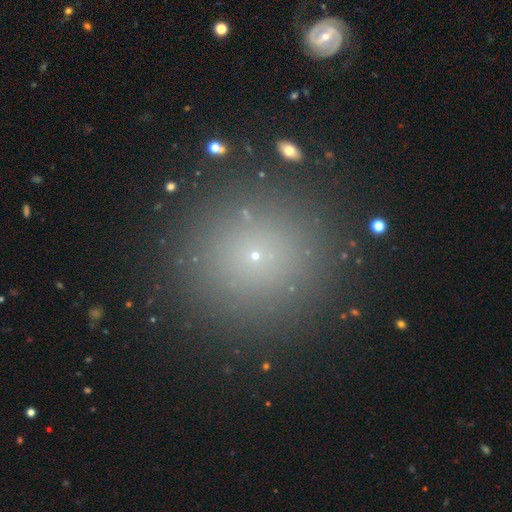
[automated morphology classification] Smooth or featured?
  - smooth: 64% *
  - star or artifact: 27%
  - featured or disk: 9%
How rounded?
  - round: 95% *
  - in between: 4%
  - cigar-shaped: 1%
Merging?
  - none: 90% *
  - minor disturbance: 6%
  - major disturbance: 3%
  - merger: 2%